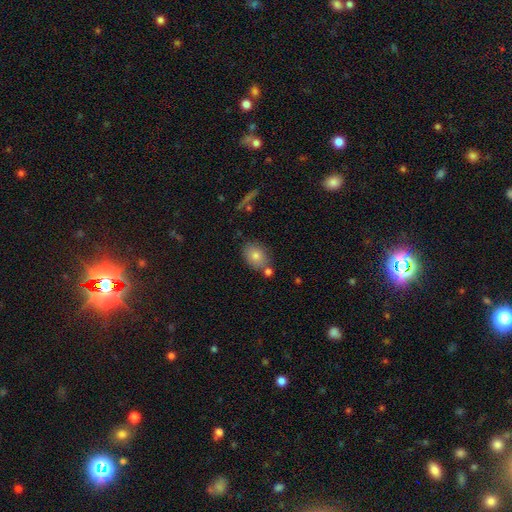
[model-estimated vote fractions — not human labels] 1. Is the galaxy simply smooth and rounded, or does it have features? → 77% smooth, 13% featured or disk, 10% star or artifact.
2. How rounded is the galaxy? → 72% in between, 26% round, 1% cigar-shaped.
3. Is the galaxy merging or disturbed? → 72% none, 13% minor disturbance, 11% merger, 3% major disturbance.